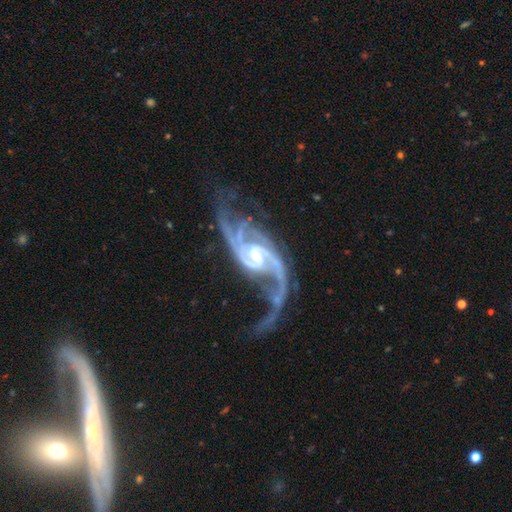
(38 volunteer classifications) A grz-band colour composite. It shows a featured or disk galaxy (87%) with a weak bar (61%), 3 (64%) loose (42%) spiral arms (100%) and a small central bulge (58%). Merging: none (54%).